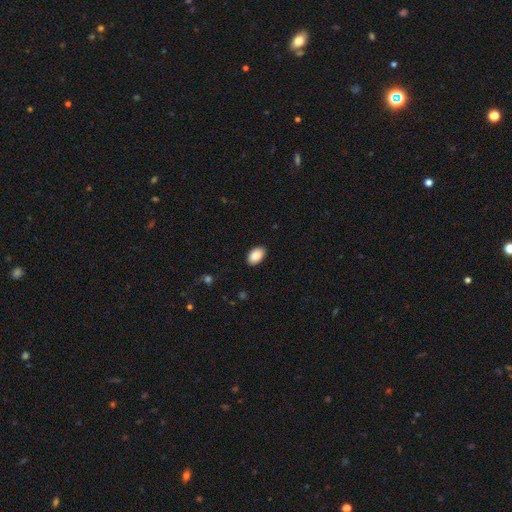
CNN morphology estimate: Q: Smooth or featured?
A: smooth (89%); runner-up: star or artifact (7%)
Q: How rounded?
A: in between (93%); runner-up: round (6%)
Q: Merging?
A: none (88%); runner-up: minor disturbance (9%)